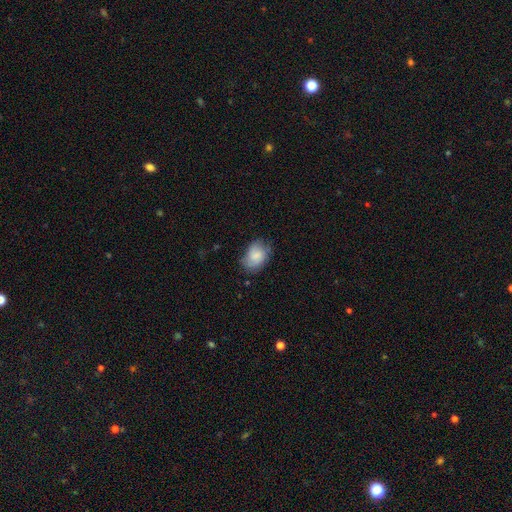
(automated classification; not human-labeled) smooth 74%, featured or disk 19%, star or artifact 8%. Down the decision tree: how rounded — in between (73%); merging — none (60%).